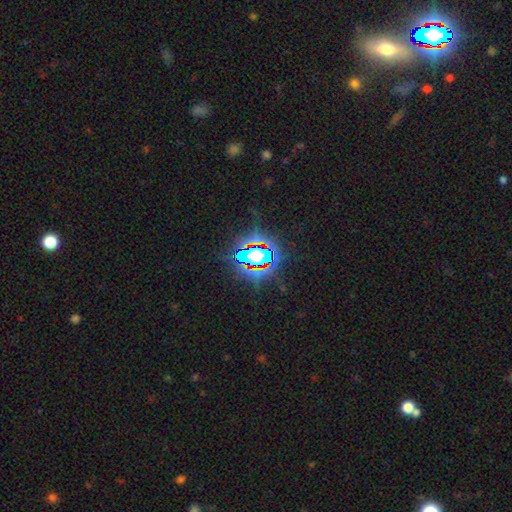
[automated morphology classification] star or artifact 70%, smooth 16%, featured or disk 14%.